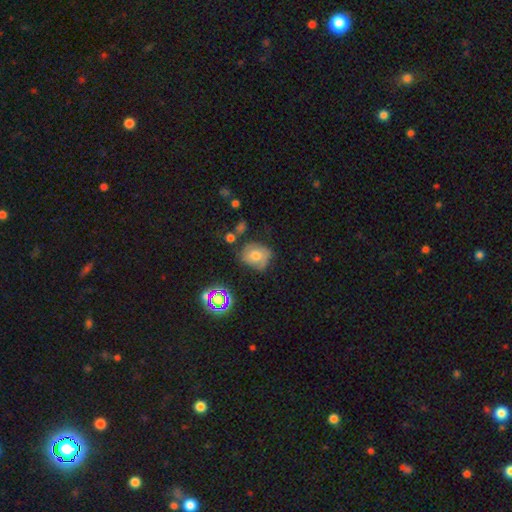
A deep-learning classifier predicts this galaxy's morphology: Overall: smooth (58%; featured or disk 28%). How rounded: round (61%; in between 38%). Merging: none (54%; minor disturbance 29%).